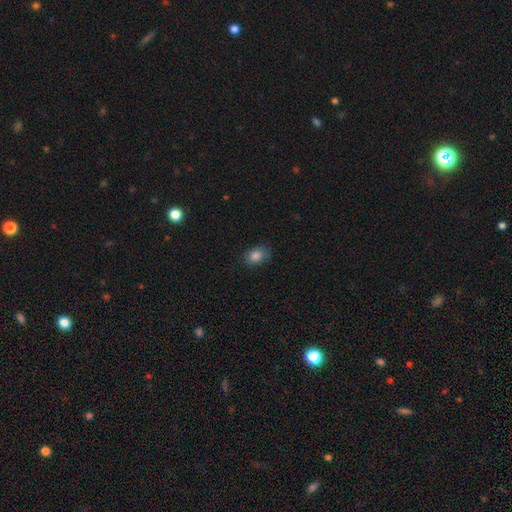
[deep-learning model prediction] smooth-or-featured: smooth: 84% | star or artifact: 10% | featured or disk: 6%
  how-rounded: in between: 74% | round: 24% | cigar-shaped: 1%
  merging: none: 82% | minor disturbance: 14% | major disturbance: 3% | merger: 1%